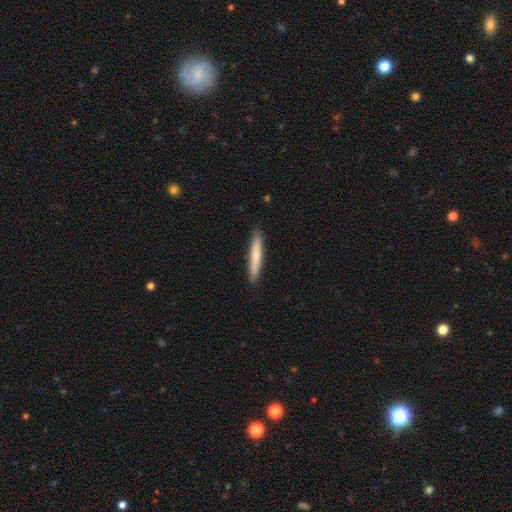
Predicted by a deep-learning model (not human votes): This is likely a smooth galaxy (67%). How rounded: clearly cigar-shaped (94%). Merging: clearly none (90%).